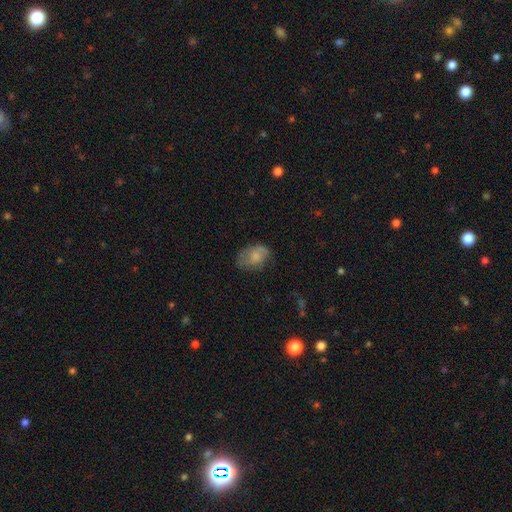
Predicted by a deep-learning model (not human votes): A smooth galaxy with no disk features (66%) that is in between round and cigar-shaped (79%). Merging: none (61%).